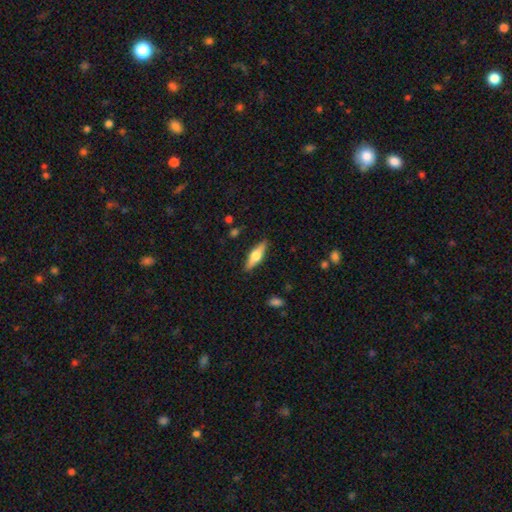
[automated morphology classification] smooth-or-featured: featured or disk: 54% | smooth: 40% | star or artifact: 6%
  disk-edge-on: yes: 94% | no: 6%
    edge-on-bulge: rounded: 94% | boxy: 4% | none: 2%
  merging: none: 89% | minor disturbance: 8% | major disturbance: 2% | merger: 1%